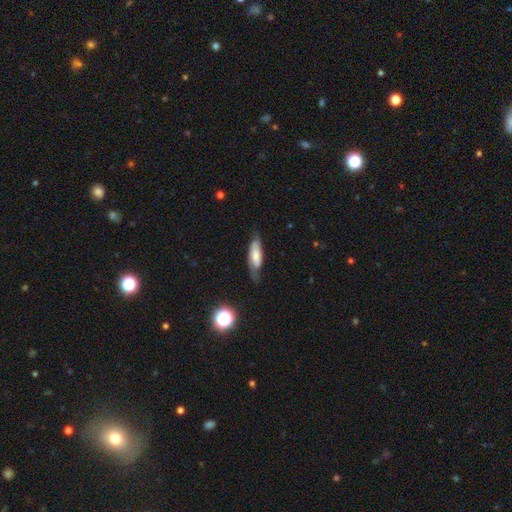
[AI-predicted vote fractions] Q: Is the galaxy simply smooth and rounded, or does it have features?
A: smooth — 54%.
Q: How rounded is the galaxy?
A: in between — 56%.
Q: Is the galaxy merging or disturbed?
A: none — 61%.